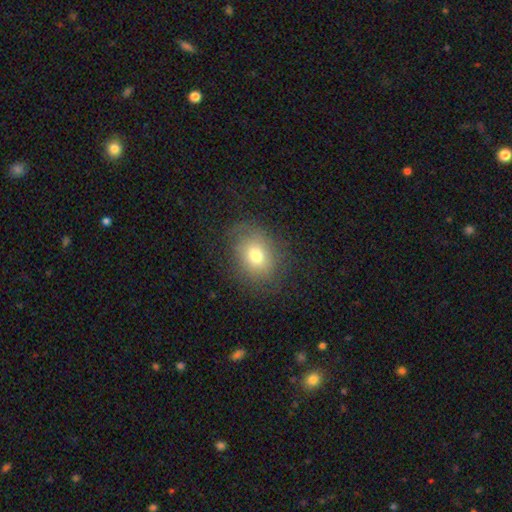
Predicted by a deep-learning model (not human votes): Smooth or featured? smooth (72%)
How rounded? round (53%)
Merging? none (76%)